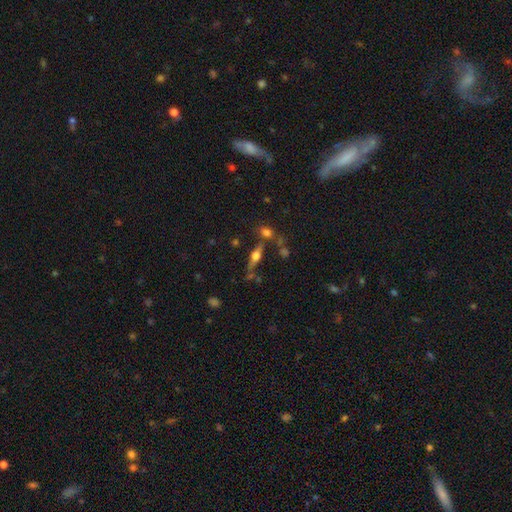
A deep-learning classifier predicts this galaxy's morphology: Q: Smooth or featured?
A: featured or disk (63%); runner-up: smooth (26%)
Q: Edge-on disk?
A: yes (92%); runner-up: no (8%)
Q: Edge-on bulge?
A: rounded (94%); runner-up: boxy (5%)
Q: Merging?
A: none (68%); runner-up: minor disturbance (14%)